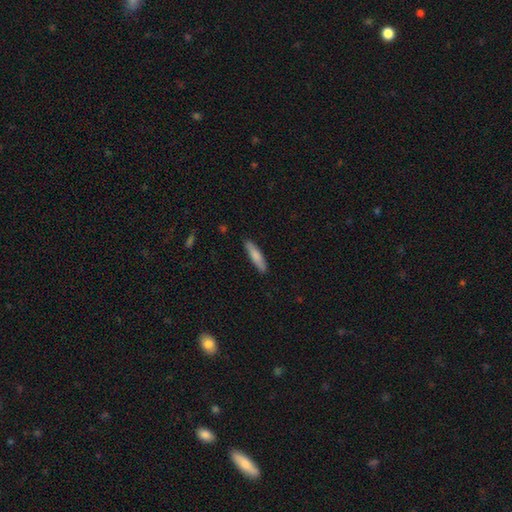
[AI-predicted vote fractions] This appears to be a smooth galaxy with no disk features (78%) that is cigar-shaped (81%). Merging: none (88%).